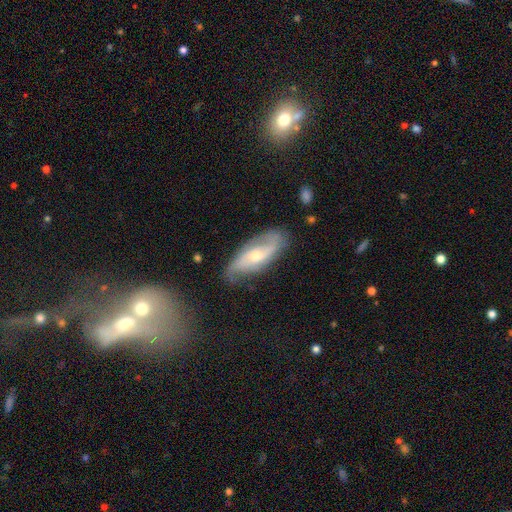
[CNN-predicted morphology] Smooth or featured? Predicted: featured or disk (p=0.73). Edge-on disk? Predicted: no (p=0.88). Bar? Predicted: no (p=0.57). Spiral arms? Predicted: yes (p=0.89). Spiral winding? Predicted: loose (p=0.42). Spiral arm count? Predicted: 2 (p=0.77). Bulge size? Predicted: small (p=0.57). Merging? Predicted: none (p=0.71).